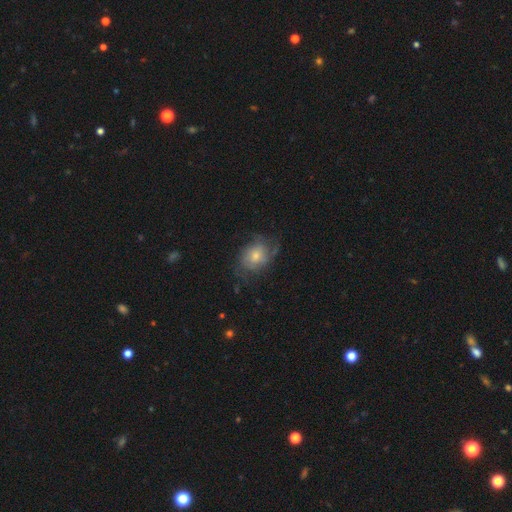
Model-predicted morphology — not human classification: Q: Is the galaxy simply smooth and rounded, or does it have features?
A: featured or disk — 46%, tied with smooth.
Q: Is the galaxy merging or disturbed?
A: none — 53%.